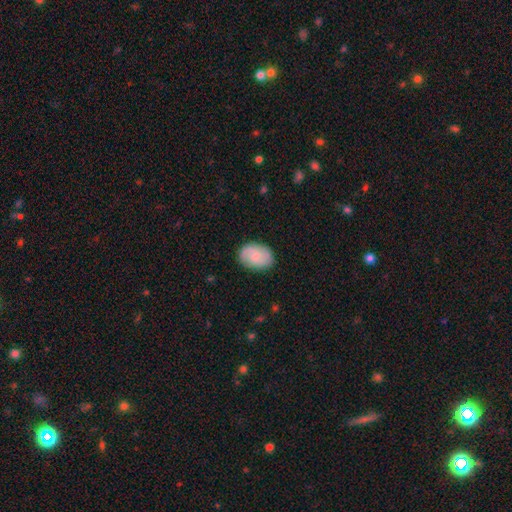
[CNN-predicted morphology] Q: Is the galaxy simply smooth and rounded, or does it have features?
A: smooth — 69%.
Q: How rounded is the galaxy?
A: in between — 77%.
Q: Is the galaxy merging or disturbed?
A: none — 82%.